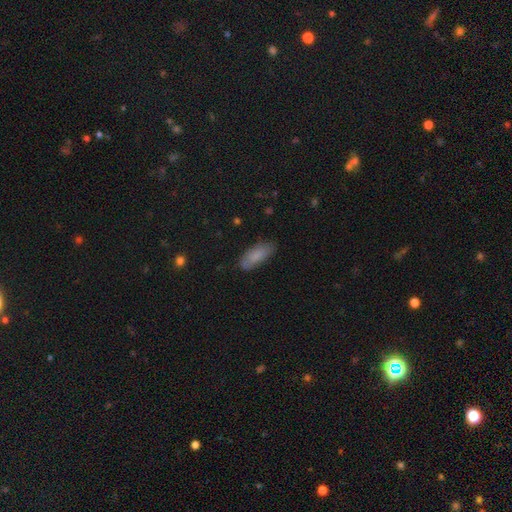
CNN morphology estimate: Q: Smooth or featured?
A: smooth (81%); runner-up: featured or disk (12%)
Q: How rounded?
A: in between (79%); runner-up: cigar-shaped (19%)
Q: Merging?
A: none (75%); runner-up: minor disturbance (19%)